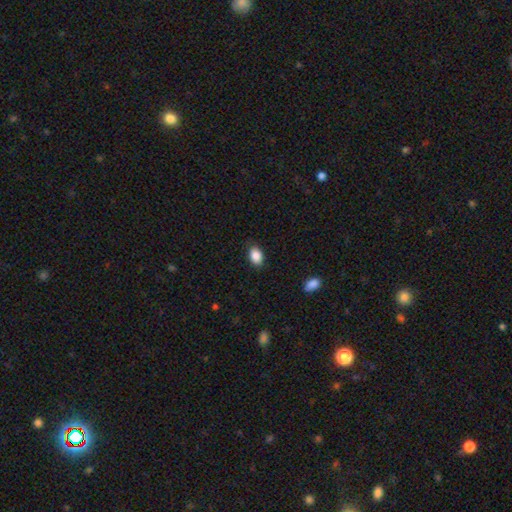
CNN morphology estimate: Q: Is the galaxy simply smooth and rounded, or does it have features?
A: smooth — 88%.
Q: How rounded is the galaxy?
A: in between — 85%.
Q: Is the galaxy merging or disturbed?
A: none — 86%.